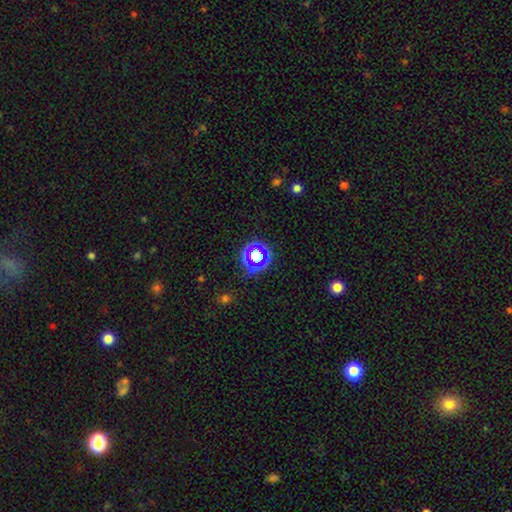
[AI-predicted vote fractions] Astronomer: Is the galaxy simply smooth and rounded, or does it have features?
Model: star or artifact — 57%.